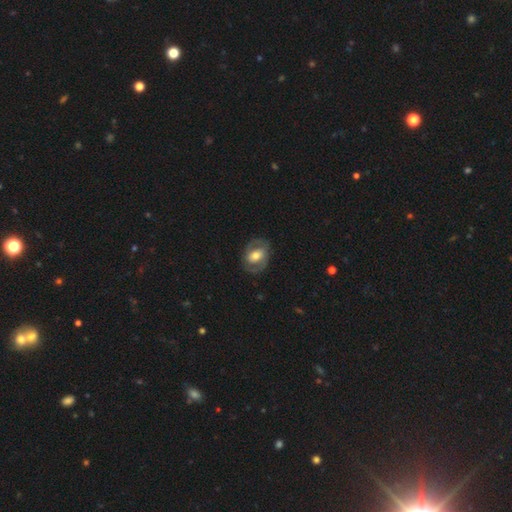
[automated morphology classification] Q: Smooth or featured?
A: featured or disk (57%); runner-up: smooth (37%)
Q: Edge-on disk?
A: no (95%); runner-up: yes (5%)
Q: Bar?
A: no (45%); runner-up: weak (33%)
Q: Spiral arms?
A: yes (58%); runner-up: no (42%)
Q: Bulge size?
A: moderate (64%); runner-up: large (19%)
Q: Merging?
A: none (76%); runner-up: minor disturbance (15%)